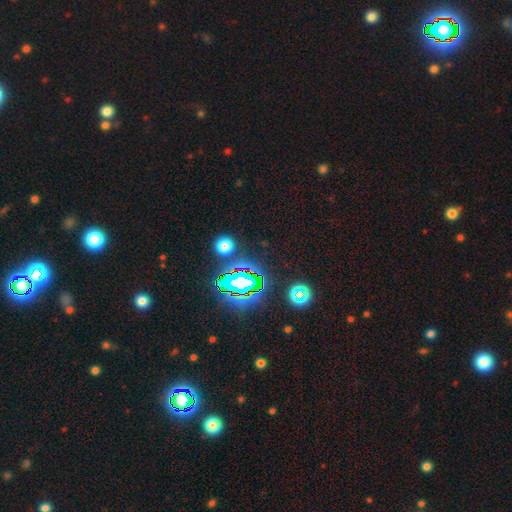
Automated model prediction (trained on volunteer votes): smooth-or-featured: star or artifact: 80% | smooth: 12% | featured or disk: 7%